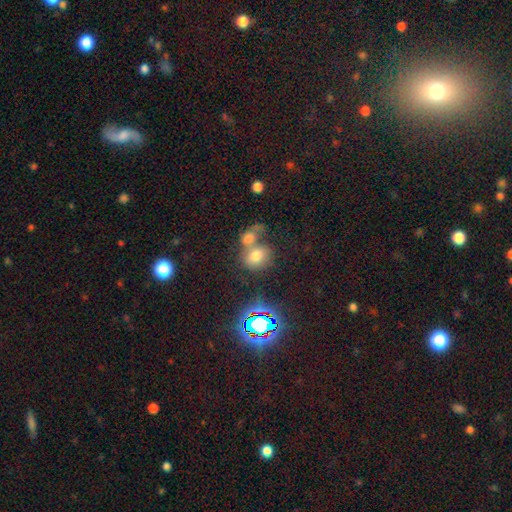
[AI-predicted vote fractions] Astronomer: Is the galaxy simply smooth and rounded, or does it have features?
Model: smooth — 66%.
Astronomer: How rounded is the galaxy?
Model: round — 50% (runner-up: in between, 48%).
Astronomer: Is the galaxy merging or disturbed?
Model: merger — 53% (runner-up: none, 32%).